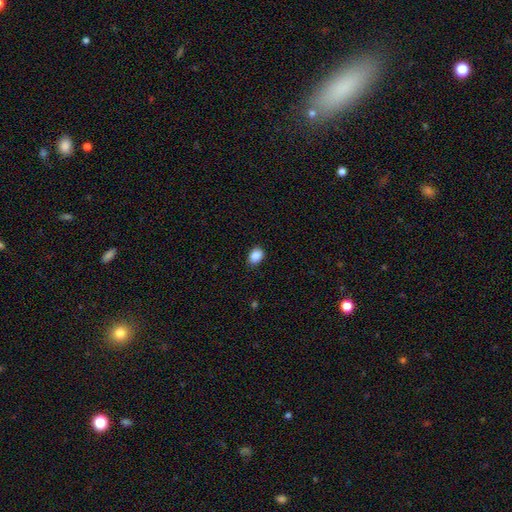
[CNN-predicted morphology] smooth-or-featured: smooth: 88% | star or artifact: 9% | featured or disk: 3%
  how-rounded: in between: 69% | round: 30% | cigar-shaped: 1%
  merging: none: 85% | minor disturbance: 12% | major disturbance: 2% | merger: 1%